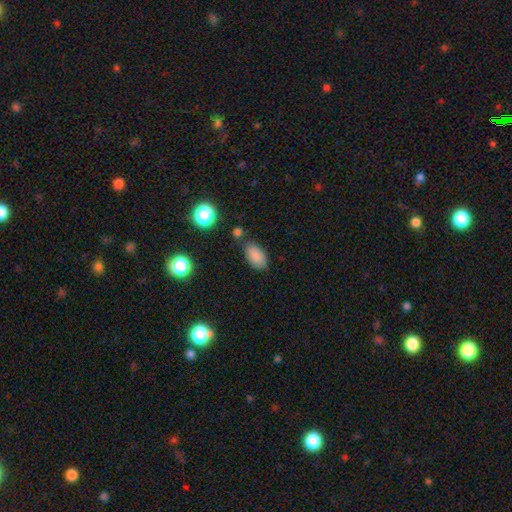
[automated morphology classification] A smooth galaxy with no disk features (85%) that is in between round and cigar-shaped (93%).

Vote fractions:
- Smooth or featured? smooth: 85% / star or artifact: 10% / featured or disk: 5%
- How rounded? in between: 93% / round: 5% / cigar-shaped: 2%
- Merging? none: 76% / minor disturbance: 15% / merger: 6% / major disturbance: 4%